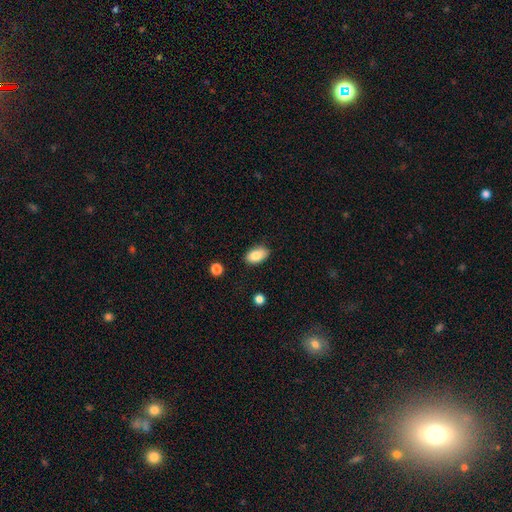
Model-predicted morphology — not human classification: smooth 83%, featured or disk 9%, star or artifact 8%. Down the decision tree: how rounded — in between (91%); merging — none (82%).